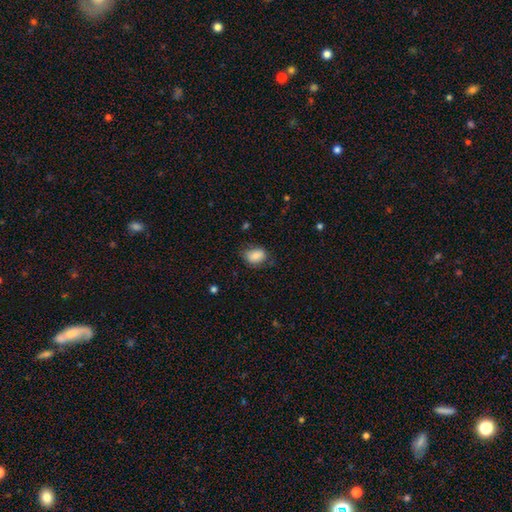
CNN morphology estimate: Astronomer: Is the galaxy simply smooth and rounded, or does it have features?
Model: smooth — 83%.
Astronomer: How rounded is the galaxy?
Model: in between — 75%.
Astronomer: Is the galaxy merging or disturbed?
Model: none — 71%.